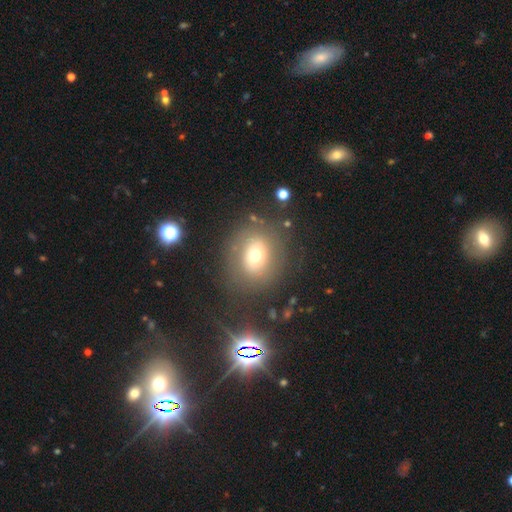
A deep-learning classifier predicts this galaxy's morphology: This appears to be a smooth galaxy with no disk features (61%) that is round (69%). Merging: none (76%).